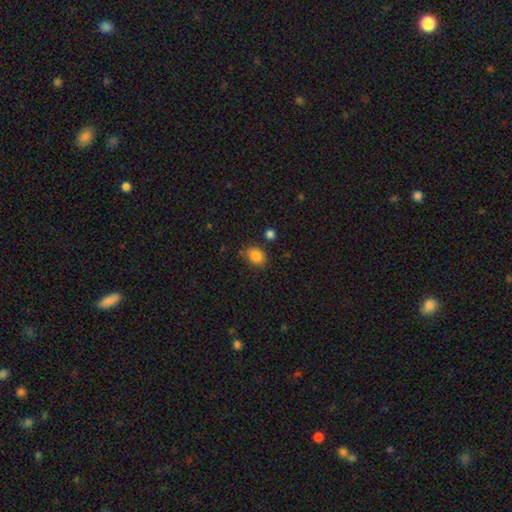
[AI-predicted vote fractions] A smooth galaxy with no disk features (85%) that is in between round and cigar-shaped (60%). Merging: none (73%).